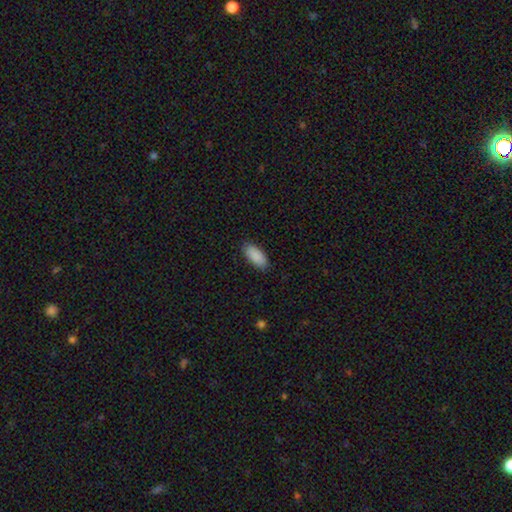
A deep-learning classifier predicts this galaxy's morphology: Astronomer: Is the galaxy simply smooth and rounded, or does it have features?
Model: smooth — 90%.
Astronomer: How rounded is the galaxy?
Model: in between — 89%.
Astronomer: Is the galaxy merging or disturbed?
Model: none — 87%.